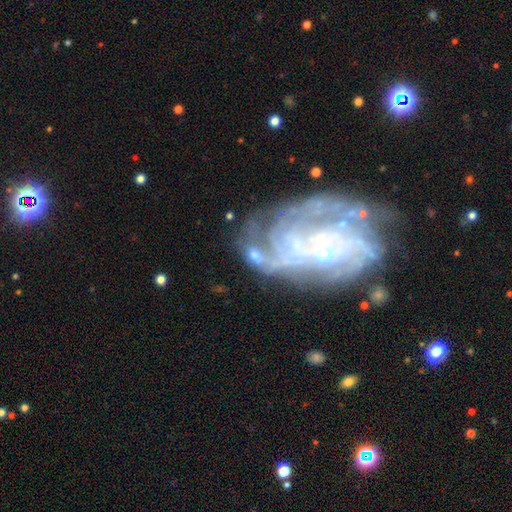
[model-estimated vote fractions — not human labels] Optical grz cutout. It shows a featured or disk galaxy (60%) with no bar (67%), spiral arms (63%) and a small central bulge (33%). Merging: none (33%).